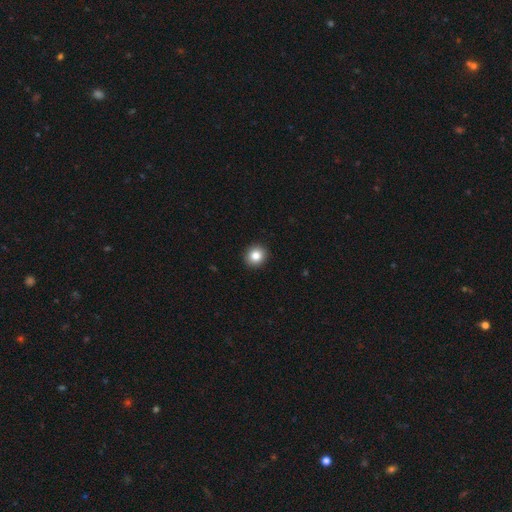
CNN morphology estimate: A smooth galaxy with no disk features (83%) that is round (86%). Merging: none (93%).